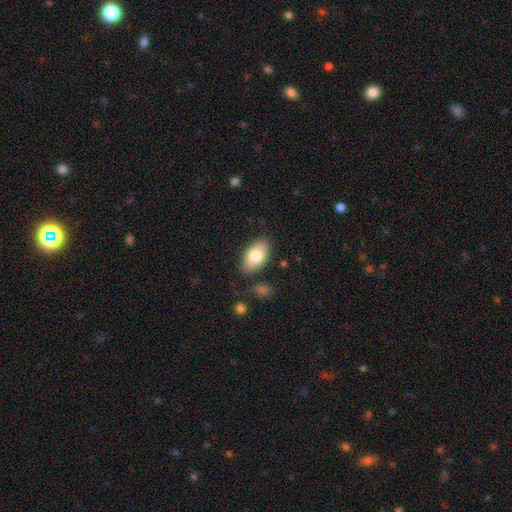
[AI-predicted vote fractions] Smooth or featured: smooth — 80% (featured or disk — 14%)
How rounded: in between — 94% (round — 4%)
Merging: none — 82% (minor disturbance — 12%)